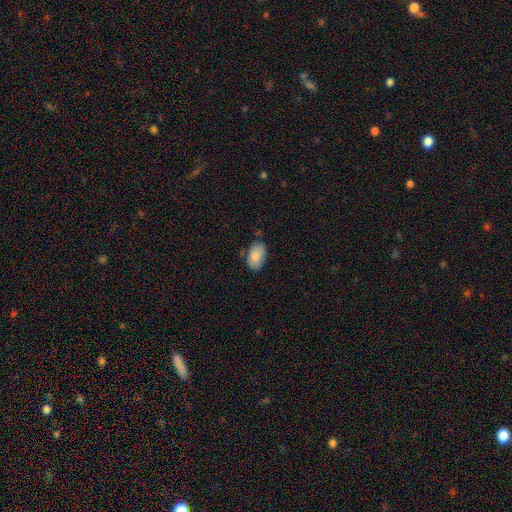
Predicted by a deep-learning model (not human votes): Smooth or featured? smooth (85%)
How rounded? in between (91%)
Merging? none (74%)